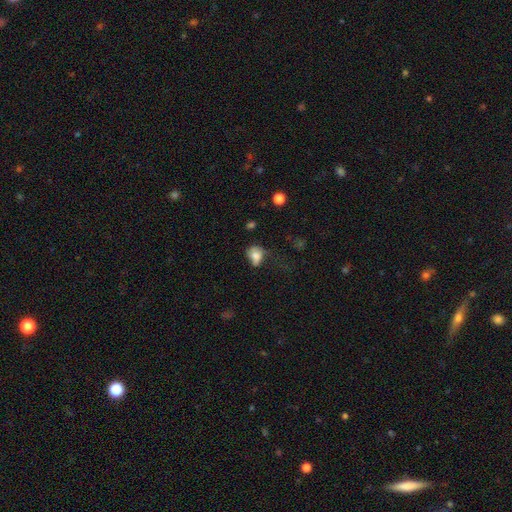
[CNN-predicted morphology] Smooth or featured?
  - smooth: 74% *
  - featured or disk: 15%
  - star or artifact: 11%
How rounded?
  - in between: 61% *
  - round: 37%
  - cigar-shaped: 1%
Merging?
  - major disturbance: 34% *
  - minor disturbance: 31%
  - none: 30%
  - merger: 5%